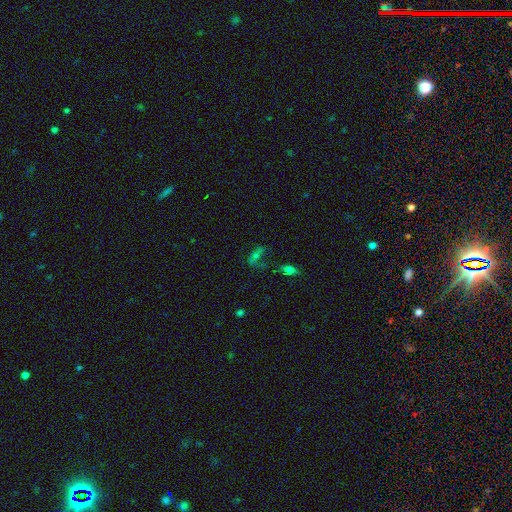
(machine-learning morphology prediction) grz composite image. It shows a star or artifact, not a galaxy (37%).